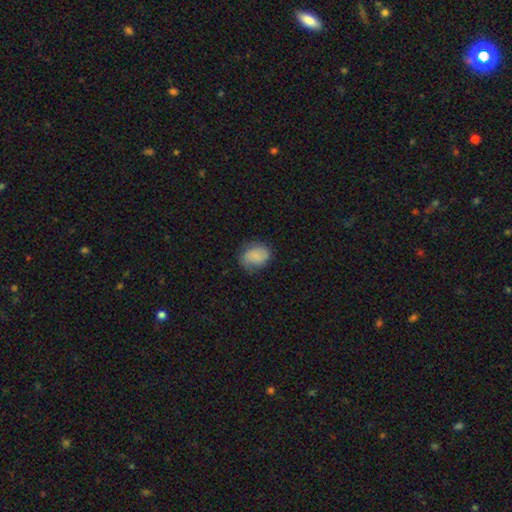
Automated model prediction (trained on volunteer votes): This appears to be a smooth galaxy with no disk features (76%) that is in between round and cigar-shaped (60%). Merging: none (68%).